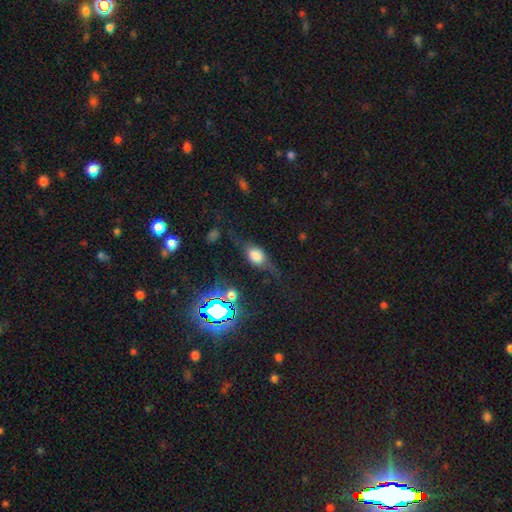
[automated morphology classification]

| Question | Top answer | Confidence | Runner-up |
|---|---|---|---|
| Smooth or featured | smooth | 46% | featured or disk (38%) |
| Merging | none | 52% | minor disturbance (23%) |